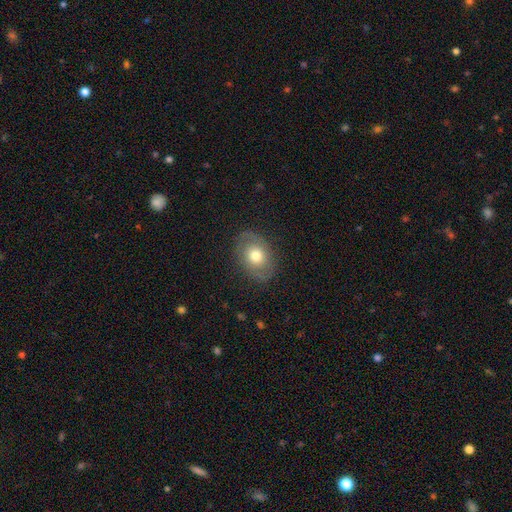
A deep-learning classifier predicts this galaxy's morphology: Smooth or featured: smooth — 55% (featured or disk — 36%)
How rounded: in between — 63% (round — 36%)
Merging: none — 81% (minor disturbance — 13%)